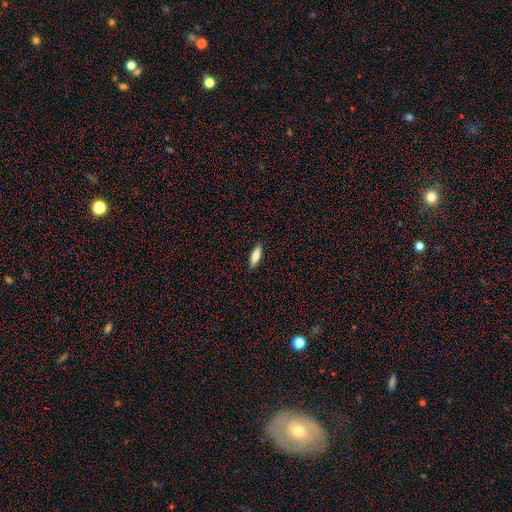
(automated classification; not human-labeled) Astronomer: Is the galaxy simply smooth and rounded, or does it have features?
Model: smooth — 75%.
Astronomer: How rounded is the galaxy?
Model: in between — 50% (runner-up: cigar-shaped, 48%).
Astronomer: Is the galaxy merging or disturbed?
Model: none — 89%.